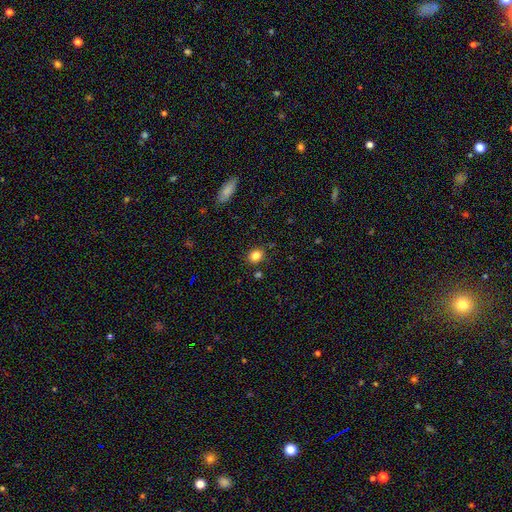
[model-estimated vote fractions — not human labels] smooth 83%, star or artifact 11%, featured or disk 5%. Down the decision tree: how rounded — round (64%); merging — none (84%).